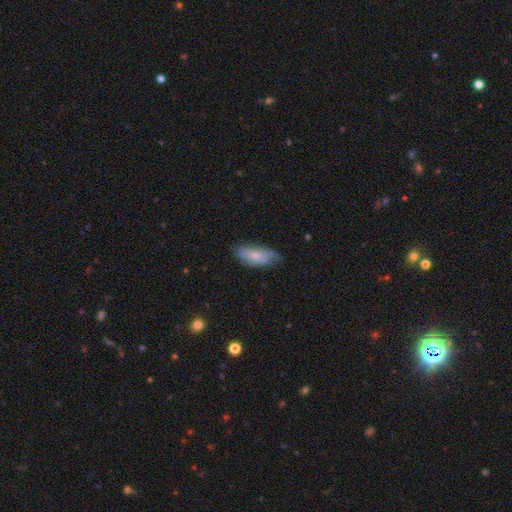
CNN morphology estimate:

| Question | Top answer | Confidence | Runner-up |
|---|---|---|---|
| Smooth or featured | smooth | 60% | featured or disk (33%) |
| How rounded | in between | 80% | cigar-shaped (18%) |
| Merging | none | 56% | minor disturbance (33%) |